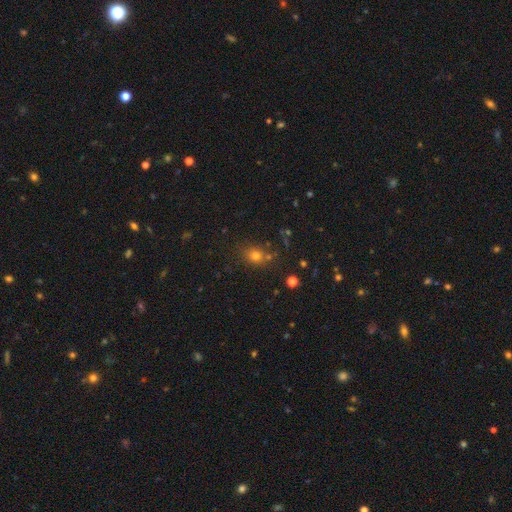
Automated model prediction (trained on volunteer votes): smooth 70%, star or artifact 21%, featured or disk 9%. Down the decision tree: how rounded — round (67%); merging — none (73%).